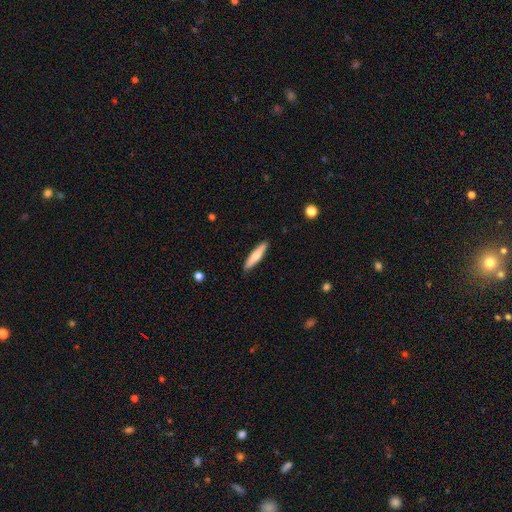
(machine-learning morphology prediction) Smooth or featured? smooth (72%)
How rounded? cigar-shaped (85%)
Merging? none (89%)